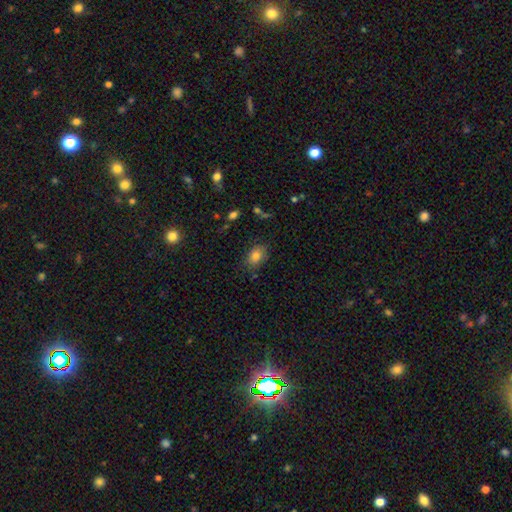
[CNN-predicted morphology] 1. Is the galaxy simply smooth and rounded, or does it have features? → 80% smooth, 10% star or artifact, 9% featured or disk.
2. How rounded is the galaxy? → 75% in between, 23% round, 1% cigar-shaped.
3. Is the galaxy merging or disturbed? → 80% none, 15% minor disturbance, 3% major disturbance, 2% merger.